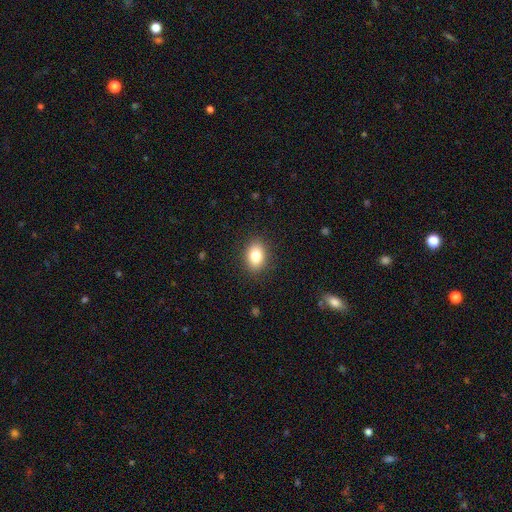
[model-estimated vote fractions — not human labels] This appears to be a smooth galaxy with no disk features (82%) that is in between round and cigar-shaped (75%). Merging: none (88%).